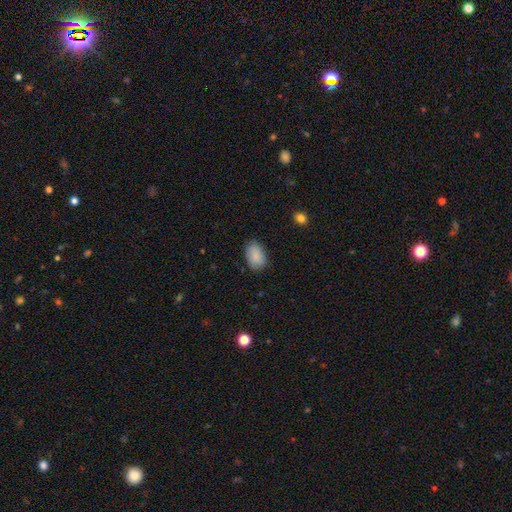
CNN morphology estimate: smooth_or_featured: smooth (p=0.87) [alt: star or artifact p=0.07]
how_rounded: in between (p=0.88) [alt: round p=0.10]
merging: none (p=0.79) [alt: minor disturbance p=0.17]